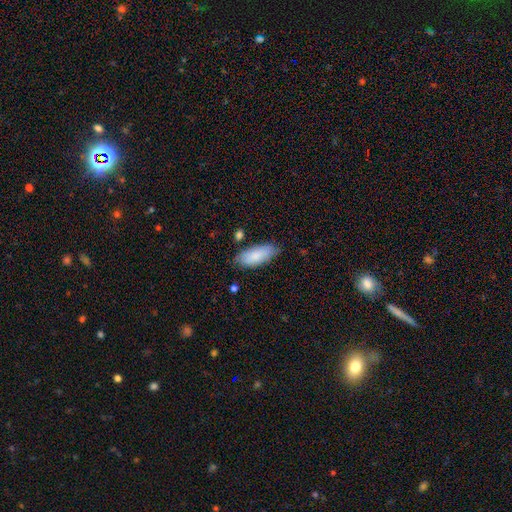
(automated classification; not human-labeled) A smooth galaxy with no disk features (85%) that is in between round and cigar-shaped (83%).

Vote fractions:
- Smooth or featured? smooth: 85% / featured or disk: 9% / star or artifact: 6%
- How rounded? in between: 83% / cigar-shaped: 16% / round: 2%
- Merging? none: 75% / minor disturbance: 19% / major disturbance: 3% / merger: 3%